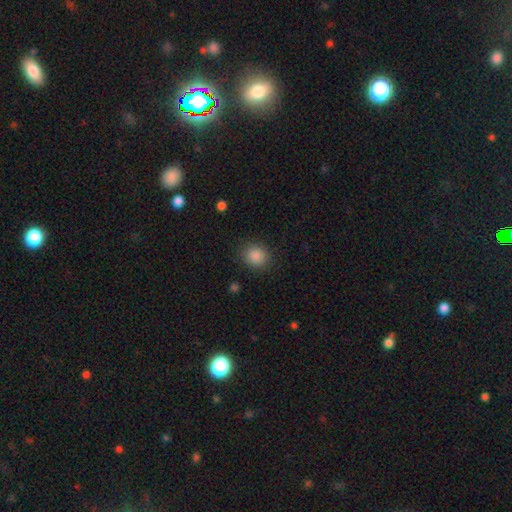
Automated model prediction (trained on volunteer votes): The model was most divided on "how rounded": round: 75%, in between: 24%, cigar-shaped: 1%. More confident: merging — none (88%); smooth or featured — smooth (86%).